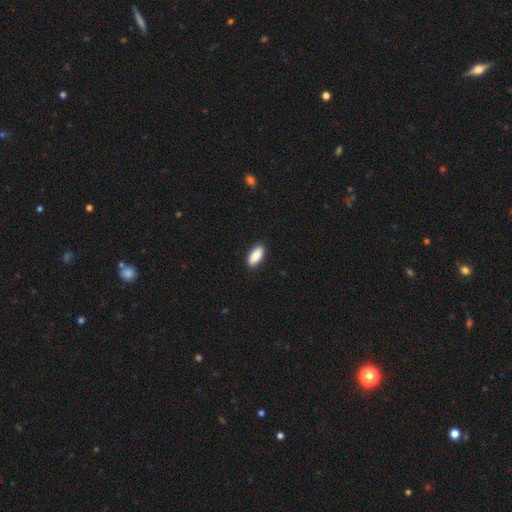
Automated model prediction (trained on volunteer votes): Smooth or featured? smooth (88%)
How rounded? in between (82%)
Merging? none (89%)